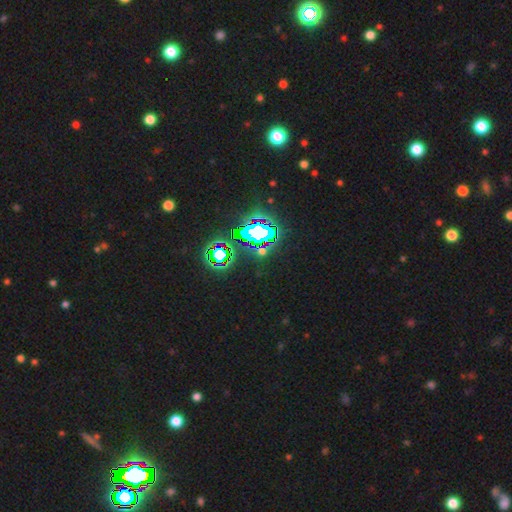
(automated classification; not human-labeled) The model was most divided on "smooth or featured": star or artifact: 81%, smooth: 11%, featured or disk: 8%.